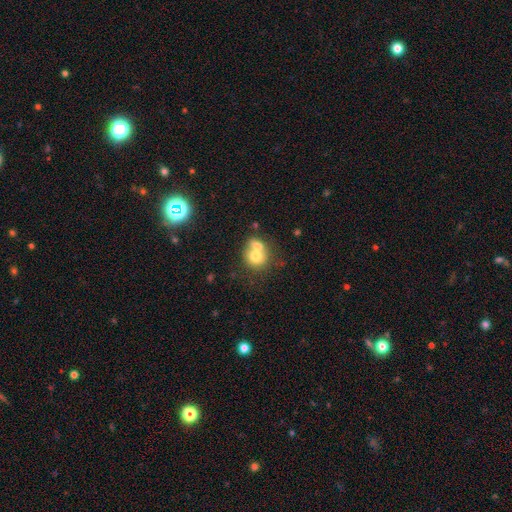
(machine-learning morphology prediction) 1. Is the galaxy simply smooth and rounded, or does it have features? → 72% smooth, 19% featured or disk, 10% star or artifact.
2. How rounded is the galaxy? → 73% round, 26% in between, 1% cigar-shaped.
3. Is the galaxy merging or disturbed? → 57% merger, 31% none, 8% minor disturbance, 4% major disturbance.